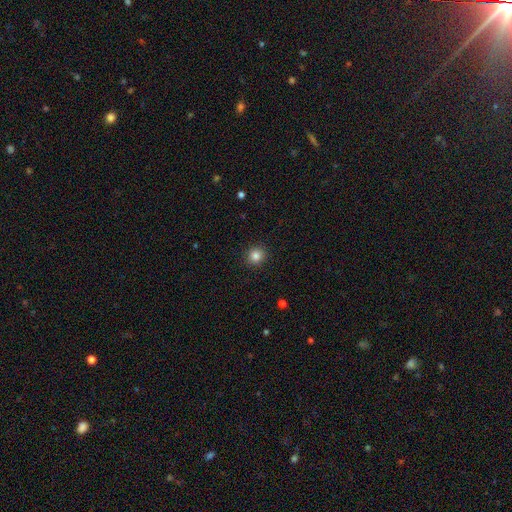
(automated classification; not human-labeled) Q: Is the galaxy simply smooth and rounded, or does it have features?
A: smooth — 84%.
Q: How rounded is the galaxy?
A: round — 91%.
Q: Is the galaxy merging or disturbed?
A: none — 92%.